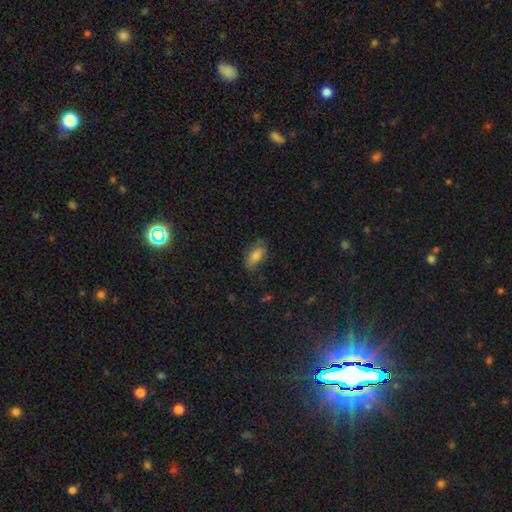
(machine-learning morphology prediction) Smooth or featured? Predicted: smooth (p=0.76). How rounded? Predicted: in between (p=0.86). Merging? Predicted: none (p=0.73).